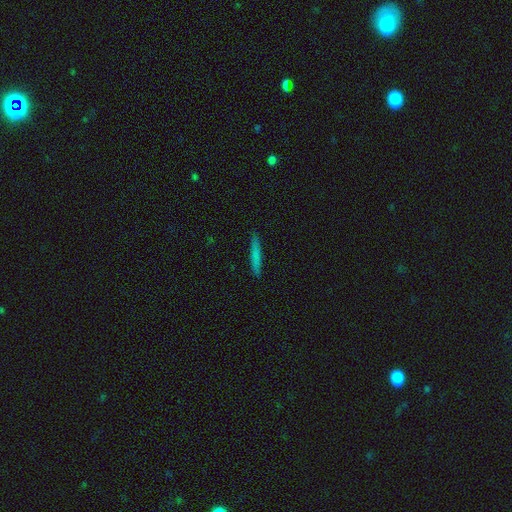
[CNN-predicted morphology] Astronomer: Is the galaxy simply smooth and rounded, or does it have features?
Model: smooth — 70%.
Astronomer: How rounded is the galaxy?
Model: cigar-shaped — 95%.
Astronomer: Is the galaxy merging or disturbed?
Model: none — 90%.